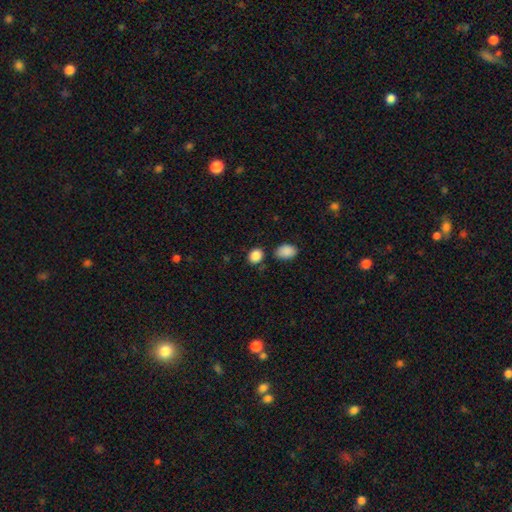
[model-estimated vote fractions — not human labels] This appears to be a smooth galaxy with no disk features (87%) that is round (56%). Merging: none (76%).